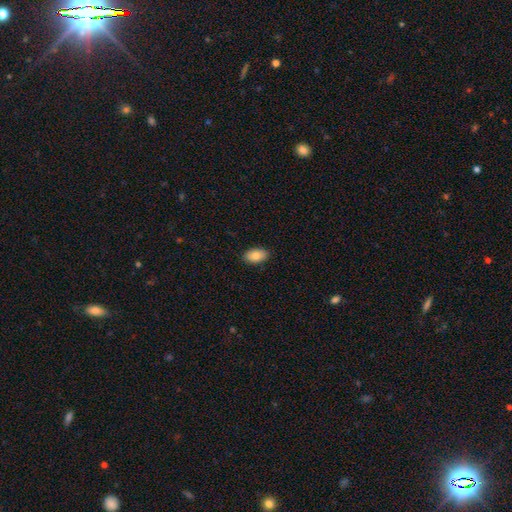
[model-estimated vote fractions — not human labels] This appears to be a smooth galaxy with no disk features (85%) that is in between round and cigar-shaped (93%). Merging: none (89%).